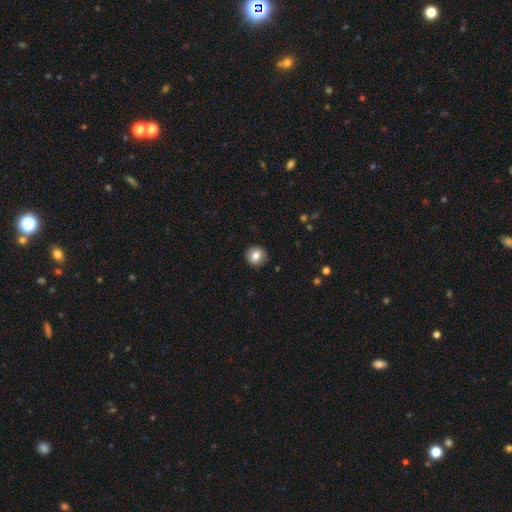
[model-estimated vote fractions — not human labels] Q: Smooth or featured?
A: smooth (80%); runner-up: featured or disk (11%)
Q: How rounded?
A: round (85%); runner-up: in between (14%)
Q: Merging?
A: none (89%); runner-up: minor disturbance (8%)